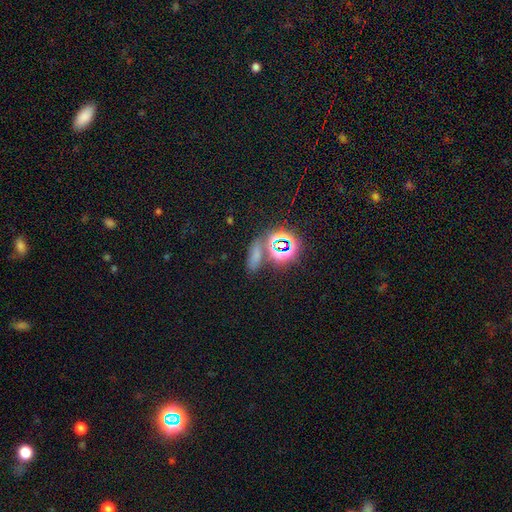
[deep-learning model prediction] Q: Smooth or featured?
A: smooth (48%); runner-up: star or artifact (43%)
Q: Merging?
A: none (66%); runner-up: merger (15%)